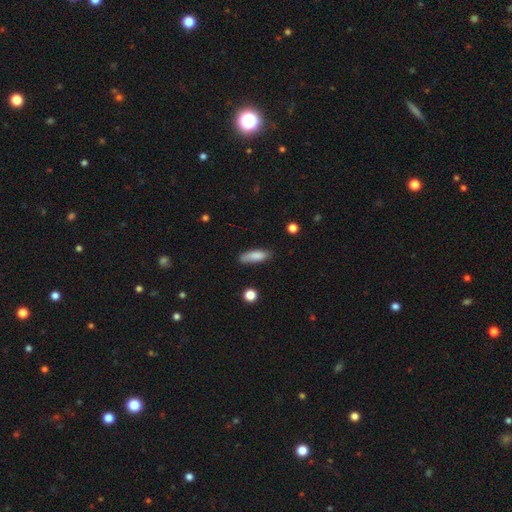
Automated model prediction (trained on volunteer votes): Smooth or featured? smooth (82%)
How rounded? in between (52%)
Merging? none (72%)